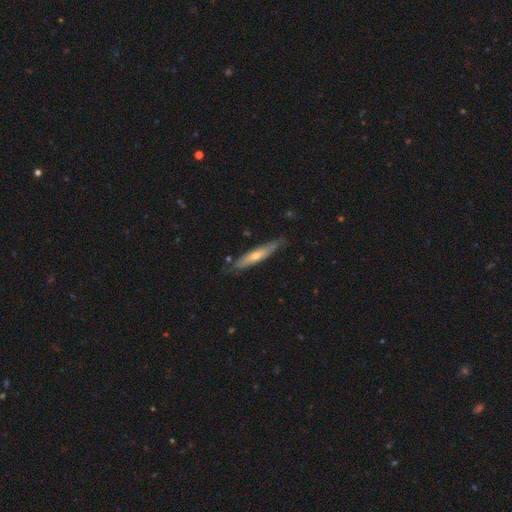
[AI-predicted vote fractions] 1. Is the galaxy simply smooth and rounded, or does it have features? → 50% featured or disk, 44% smooth, 6% star or artifact.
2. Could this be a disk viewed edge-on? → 79% yes, 21% no.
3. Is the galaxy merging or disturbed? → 77% none, 18% minor disturbance, 3% major disturbance, 2% merger.